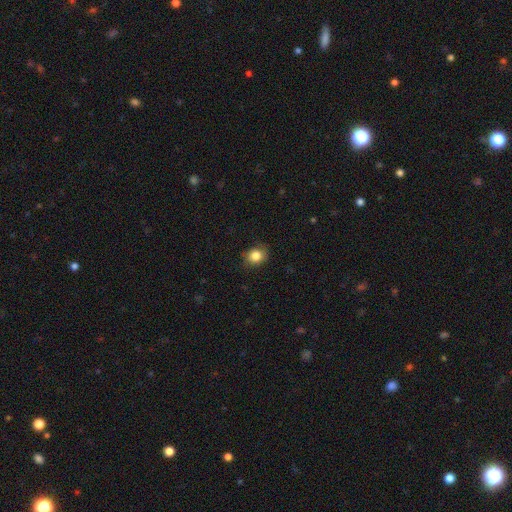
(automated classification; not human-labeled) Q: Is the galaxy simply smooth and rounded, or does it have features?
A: smooth — 84%.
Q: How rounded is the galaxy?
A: round — 65%.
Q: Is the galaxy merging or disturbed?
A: none — 78%.